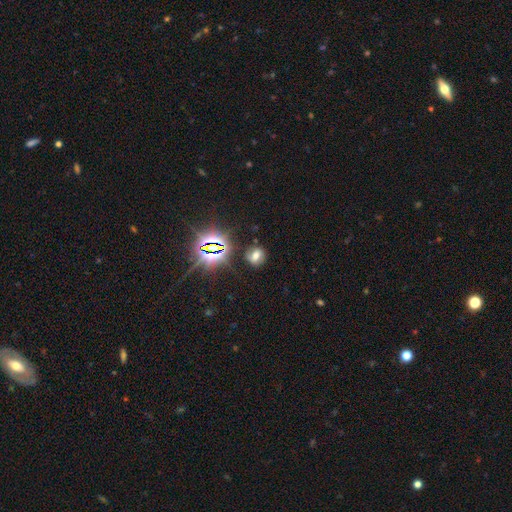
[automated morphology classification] Q: Smooth or featured?
A: smooth (45%); runner-up: star or artifact (32%)
Q: Merging?
A: none (80%); runner-up: minor disturbance (12%)